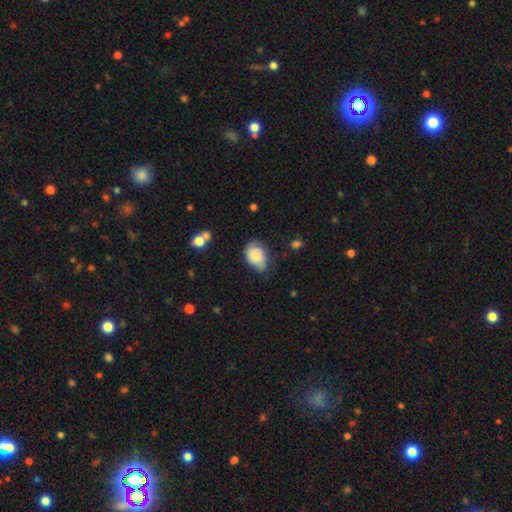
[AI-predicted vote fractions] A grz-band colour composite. It shows a smooth galaxy with no disk features (70%) that is in between round and cigar-shaped (82%). Merging: none (50%).